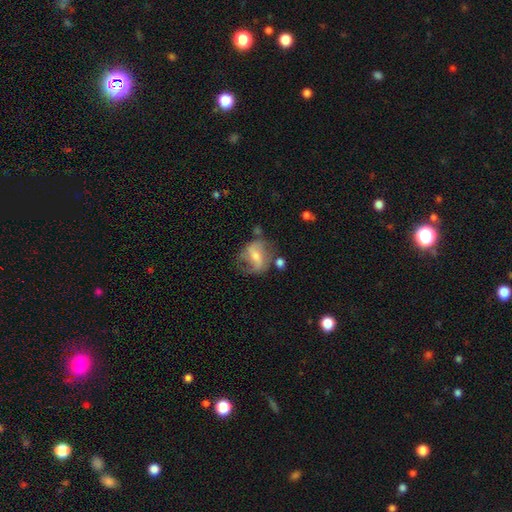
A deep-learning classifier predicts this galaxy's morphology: The model was most divided on "bulge size": moderate: 44%, small: 40%, none: 9%, large: 5%, dominant: 1%. Remaining: edge-on disk — no (96%); spiral arms — yes (78%); smooth or featured — featured or disk (60%); merging — none (47%); bar — weak (44%).